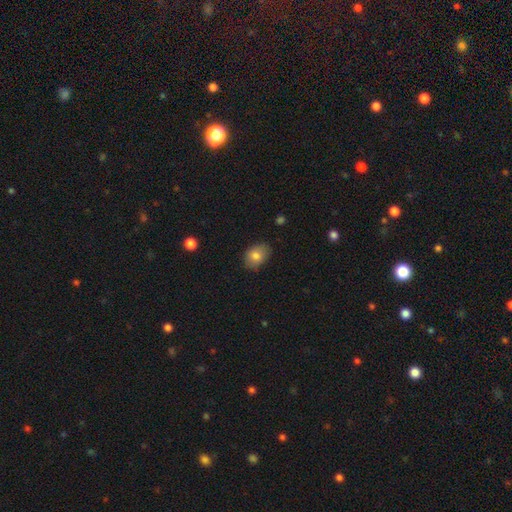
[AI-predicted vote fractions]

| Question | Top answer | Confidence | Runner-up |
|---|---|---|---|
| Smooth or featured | smooth | 81% | featured or disk (10%) |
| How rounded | in between | 72% | round (27%) |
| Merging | none | 76% | minor disturbance (20%) |